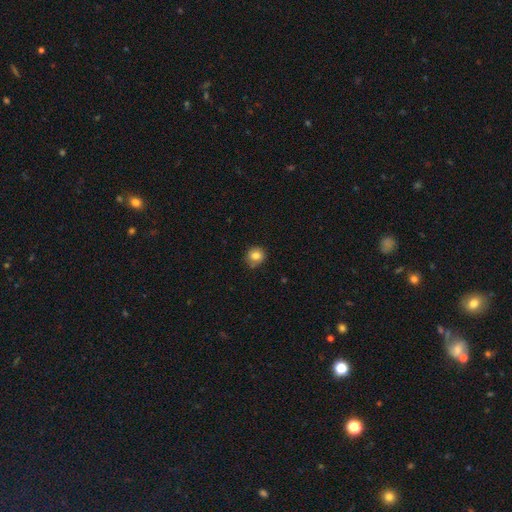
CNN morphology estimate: The model was most divided on "merging": none: 80%, minor disturbance: 15%, major disturbance: 3%, merger: 2%. More confident: how rounded — round (87%); smooth or featured — smooth (82%).